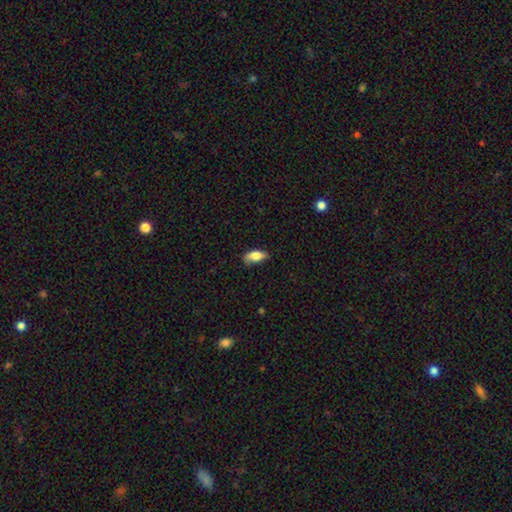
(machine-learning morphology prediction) Overall: smooth (80%). How rounded: in between (85%). Merging: none (66%; minor disturbance 27%).